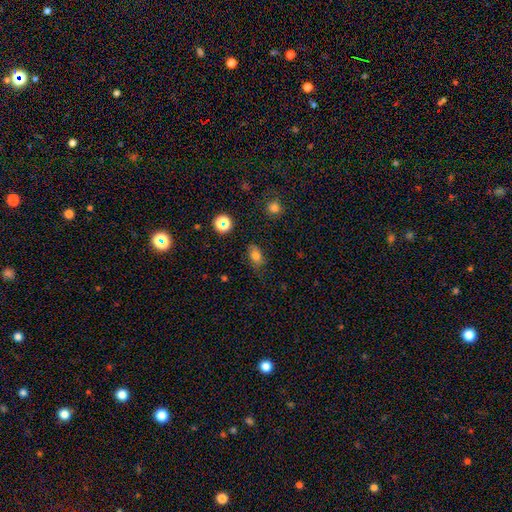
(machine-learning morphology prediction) This appears to be a smooth galaxy with no disk features (75%) that is in between round and cigar-shaped (80%). Merging: none (67%).